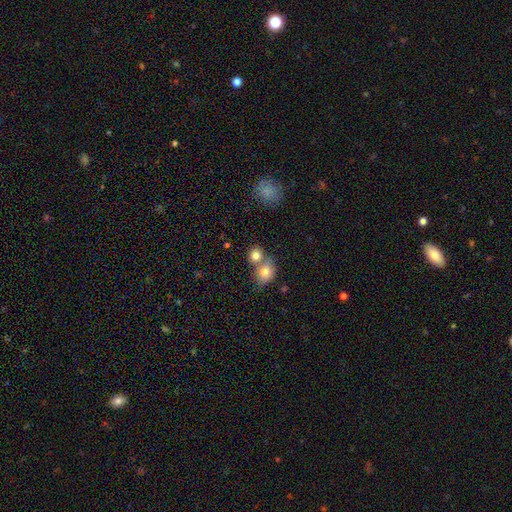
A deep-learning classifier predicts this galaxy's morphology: This is clearly a smooth galaxy (80%). How rounded: likely round (69%). Merging: possibly merger (49%).